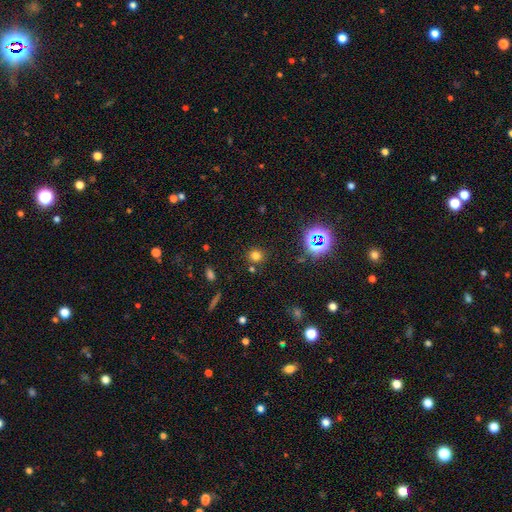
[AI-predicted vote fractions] A smooth galaxy with no disk features (71%) that is round (86%). Merging: none (83%).